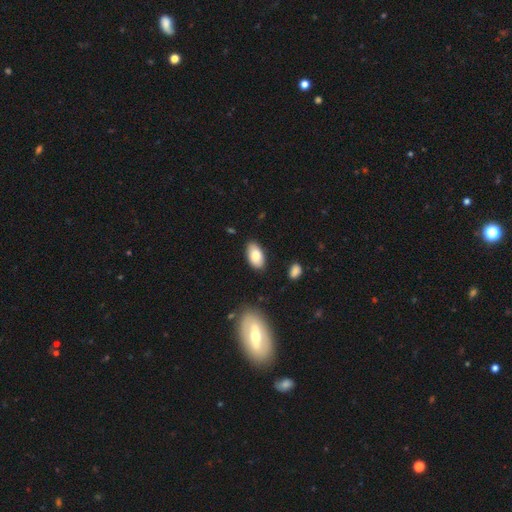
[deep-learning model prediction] A smooth galaxy with no disk features (83%) that is in between round and cigar-shaped (95%). Merging: none (85%).